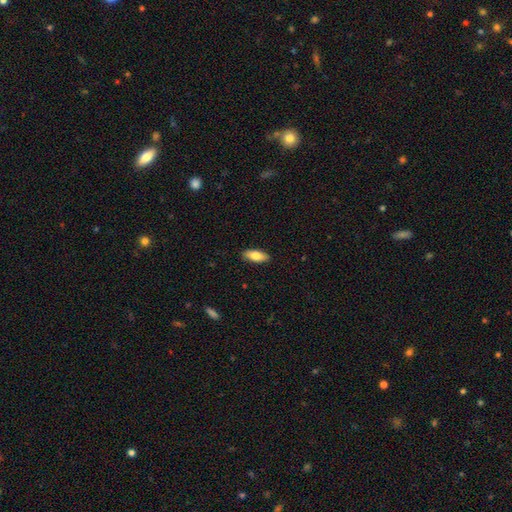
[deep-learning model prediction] smooth-or-featured: smooth: 78% | featured or disk: 16% | star or artifact: 6%
  how-rounded: in between: 79% | cigar-shaped: 18% | round: 2%
  merging: none: 89% | minor disturbance: 9% | major disturbance: 2% | merger: 1%